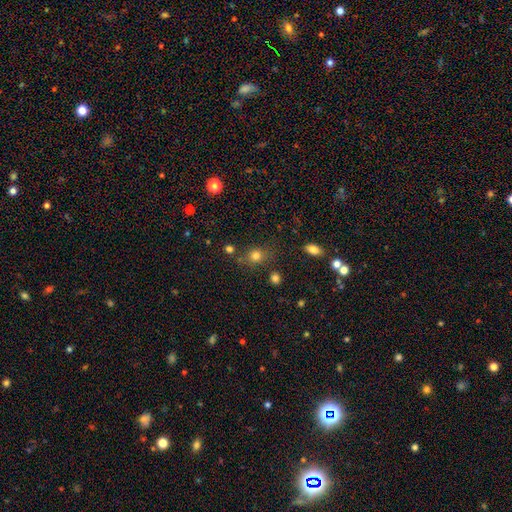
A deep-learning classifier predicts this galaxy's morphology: A smooth galaxy with no disk features (77%) that is round (68%). Merging: none (72%).